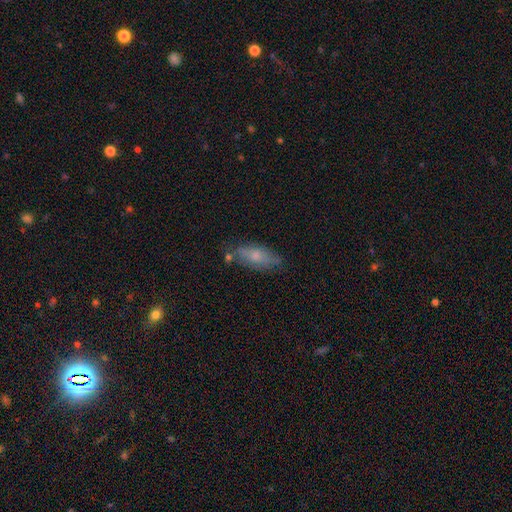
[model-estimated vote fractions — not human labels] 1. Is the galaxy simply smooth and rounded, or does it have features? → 61% smooth, 31% featured or disk, 8% star or artifact.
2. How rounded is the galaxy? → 68% in between, 29% cigar-shaped, 3% round.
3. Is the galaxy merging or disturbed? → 67% none, 21% minor disturbance, 6% merger, 5% major disturbance.